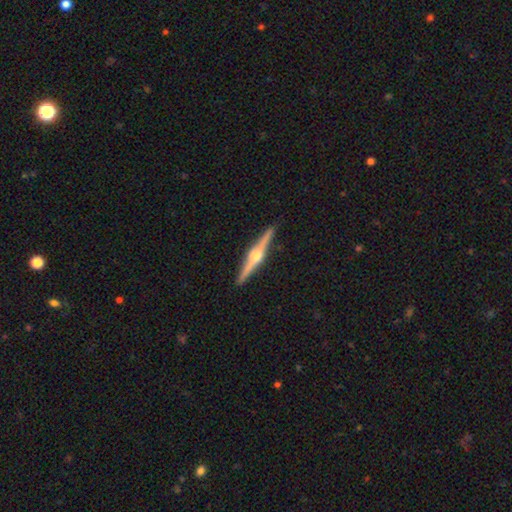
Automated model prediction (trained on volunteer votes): Morphology: type=featured or disk (85%); edge-on=yes (99%); edge-on bulge=rounded (95%); merging=none (92%).